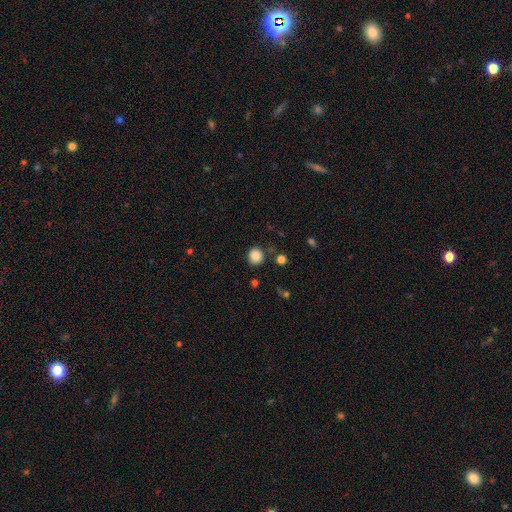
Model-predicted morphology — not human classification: A smooth galaxy with no disk features (86%) that is round (90%). Merging: none (83%).